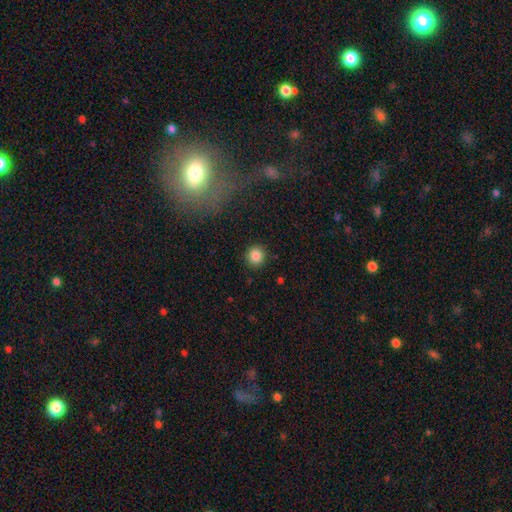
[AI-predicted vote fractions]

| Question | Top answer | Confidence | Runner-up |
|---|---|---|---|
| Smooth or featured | smooth | 85% | star or artifact (10%) |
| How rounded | round | 91% | in between (8%) |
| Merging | none | 90% | minor disturbance (6%) |